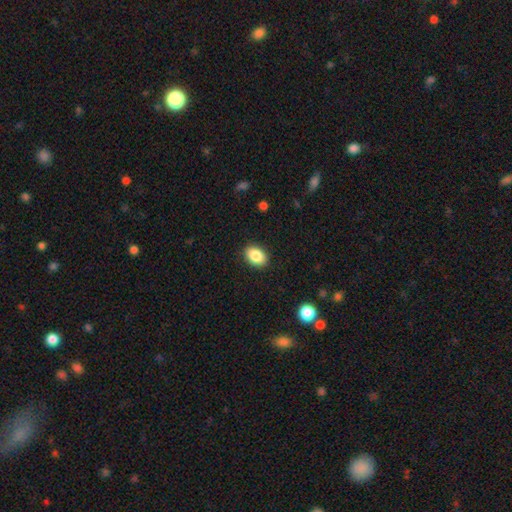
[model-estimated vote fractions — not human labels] smooth_or_featured: smooth (p=0.87) [alt: star or artifact p=0.08]
how_rounded: in between (p=0.80) [alt: round p=0.19]
merging: none (p=0.89) [alt: minor disturbance p=0.08]